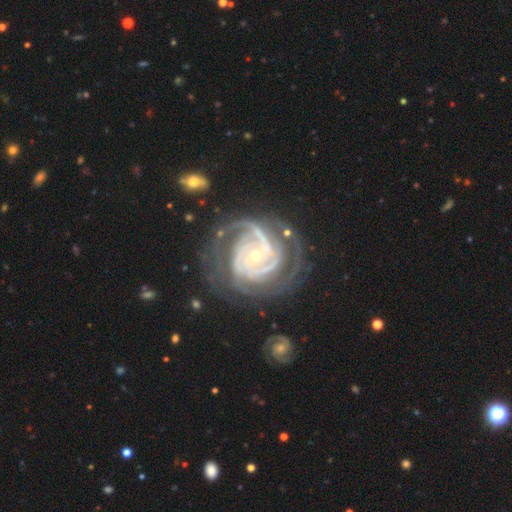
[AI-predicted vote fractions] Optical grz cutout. It shows a featured or disk galaxy (92%) with no bar (61%), 3 (35%) tight (70%) spiral arms (98%) and a small central bulge (69%). Merging: none (64%).